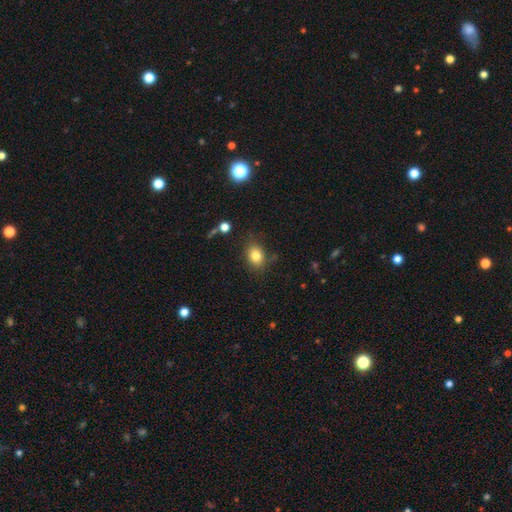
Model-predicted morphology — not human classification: Overall: smooth (81%). How rounded: in between (58%; round 41%). Merging: none (78%).